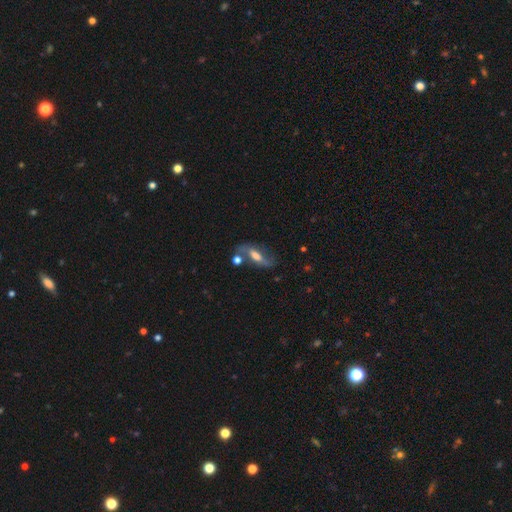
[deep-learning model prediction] Smooth or featured: featured or disk — 58% (smooth — 34%)
Edge-on disk: no — 76% (yes — 24%)
Merging: none — 56% (minor disturbance — 19%)